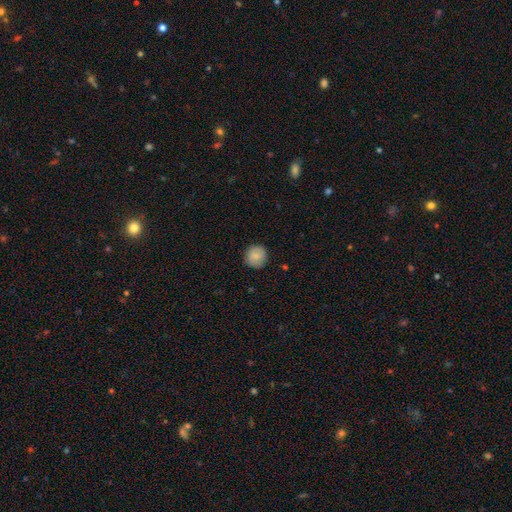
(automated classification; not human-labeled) Overall: smooth (86%). How rounded: round (93%). Merging: none (88%).